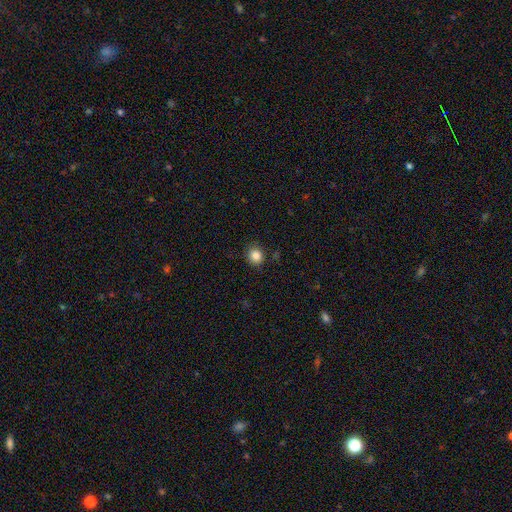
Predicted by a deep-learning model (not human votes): The model was most divided on "how rounded": round: 81%, in between: 18%, cigar-shaped: 1%. More confident: merging — none (87%); smooth or featured — smooth (85%).